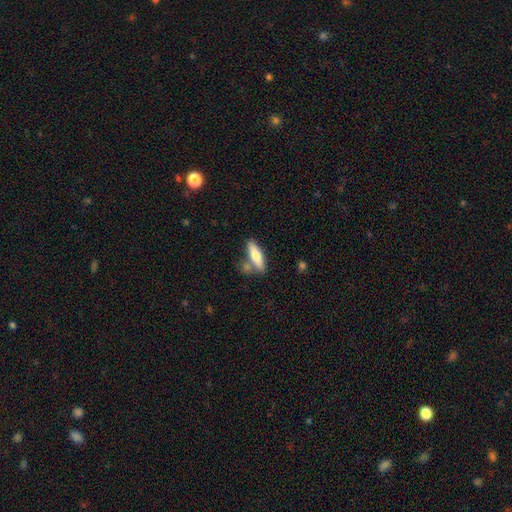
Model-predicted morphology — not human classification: smooth_or_featured: smooth (p=0.68) [alt: featured or disk p=0.26]
how_rounded: cigar-shaped (p=0.61) [alt: in between p=0.37]
merging: none (p=0.65) [alt: merger p=0.16]